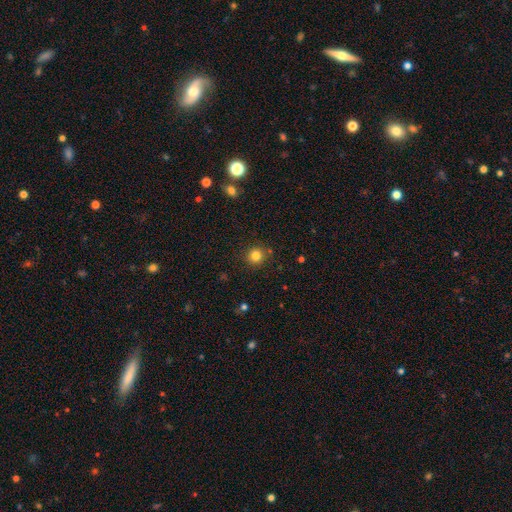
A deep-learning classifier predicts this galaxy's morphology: Smooth or featured? Predicted: smooth (p=0.82). How rounded? Predicted: round (p=0.92). Merging? Predicted: none (p=0.86).